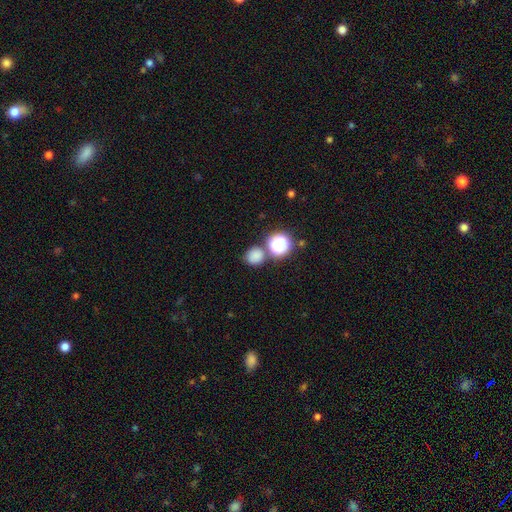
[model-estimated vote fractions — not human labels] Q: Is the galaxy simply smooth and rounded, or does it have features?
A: smooth — 76%.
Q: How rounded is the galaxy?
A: round — 85%.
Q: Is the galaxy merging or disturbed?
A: none — 72%.